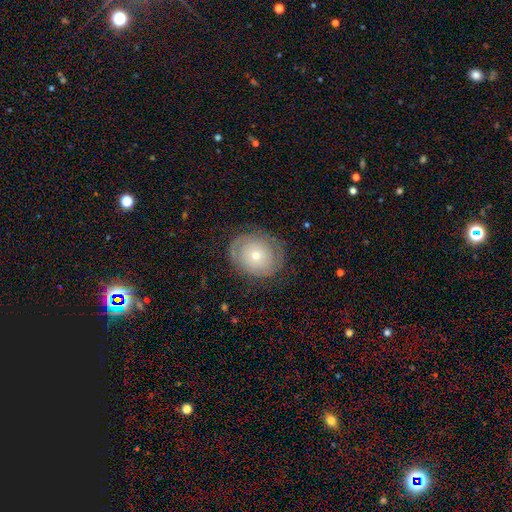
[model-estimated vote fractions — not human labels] smooth-or-featured: featured or disk: 50% | smooth: 42% | star or artifact: 8%
  disk-edge-on: no: 95% | yes: 5%
  merging: none: 74% | minor disturbance: 17% | major disturbance: 8% | merger: 1%